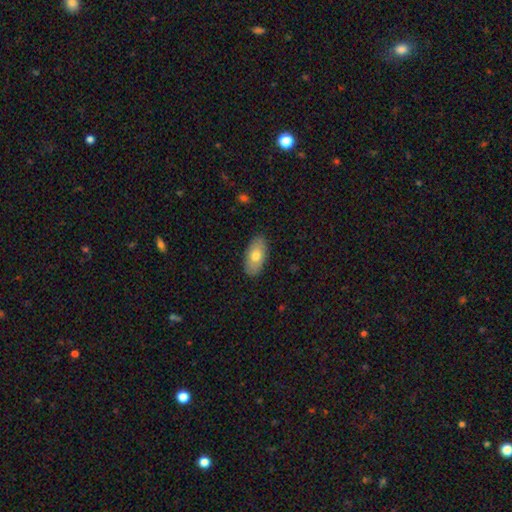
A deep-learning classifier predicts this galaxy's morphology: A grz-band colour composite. It shows a smooth galaxy with no disk features (74%) that is in between round and cigar-shaped (92%). Merging: none (88%).